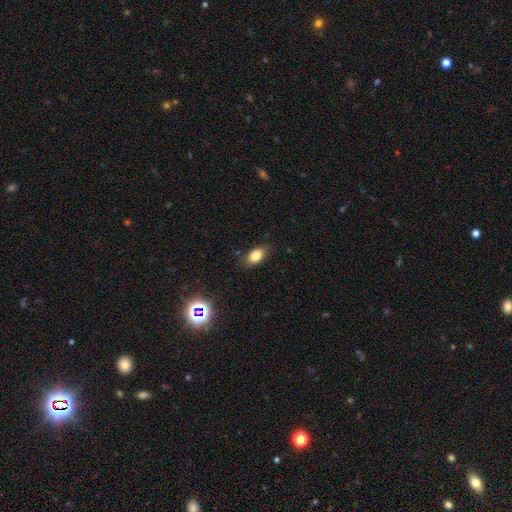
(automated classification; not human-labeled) Smooth or featured? smooth (80%)
How rounded? in between (87%)
Merging? none (78%)